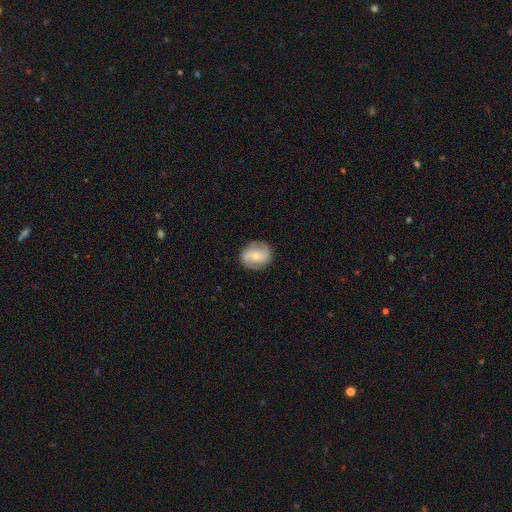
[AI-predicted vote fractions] featured or disk 68%, smooth 26%, star or artifact 7%. Down the decision tree: edge-on disk — no (97%); bar — no (47%); spiral arms — yes (88%); spiral arm count — 2 (86%); spiral winding — medium (43%); bulge size — small (51%); merging — none (85%).